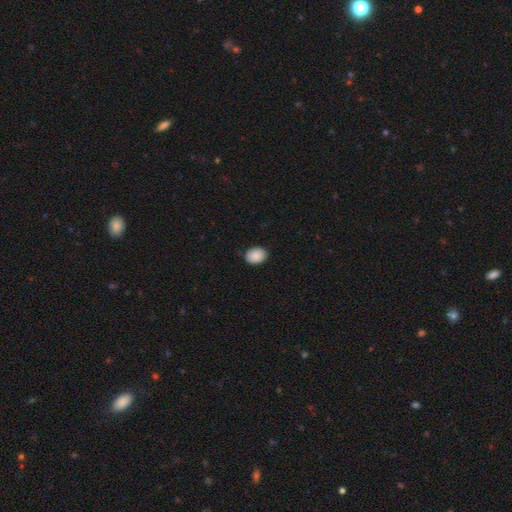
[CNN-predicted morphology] Smooth or featured? smooth (90%)
How rounded? in between (73%)
Merging? none (86%)